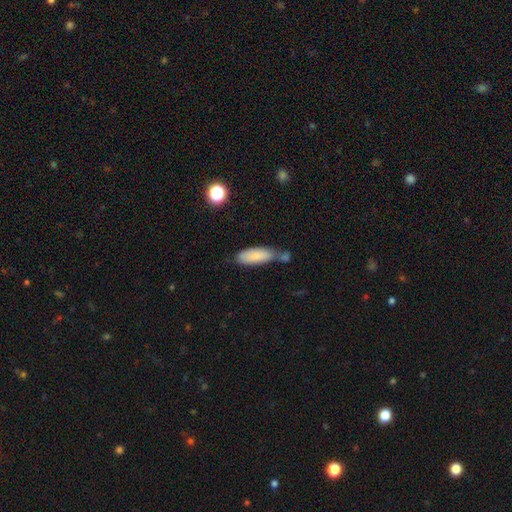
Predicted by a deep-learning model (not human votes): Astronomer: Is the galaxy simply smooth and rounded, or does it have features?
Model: smooth — 79%.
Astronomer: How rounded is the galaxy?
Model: in between — 67%.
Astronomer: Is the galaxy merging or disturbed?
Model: none — 48% (runner-up: merger, 25%).